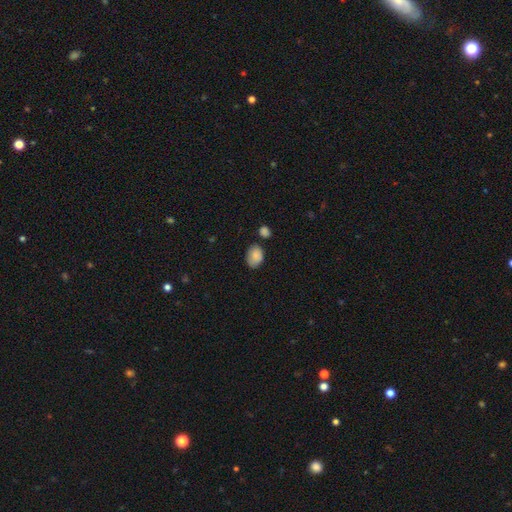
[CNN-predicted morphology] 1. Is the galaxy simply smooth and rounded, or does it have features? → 86% smooth, 7% star or artifact, 7% featured or disk.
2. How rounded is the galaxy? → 80% in between, 19% round, 1% cigar-shaped.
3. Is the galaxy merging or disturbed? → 65% none, 23% minor disturbance, 7% merger, 5% major disturbance.